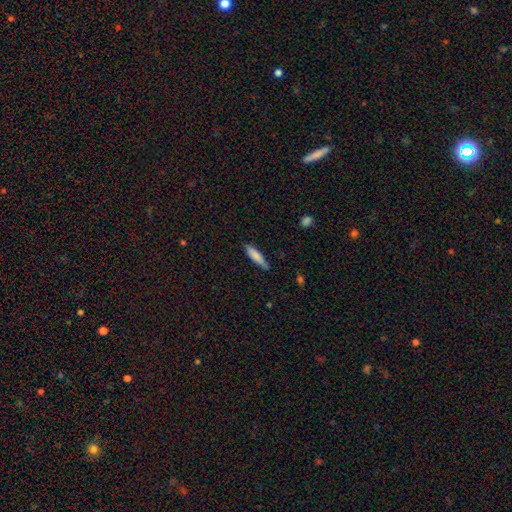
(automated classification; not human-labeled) This is likely a smooth galaxy (80%). How rounded: likely cigar-shaped (77%). Merging: clearly none (80%).